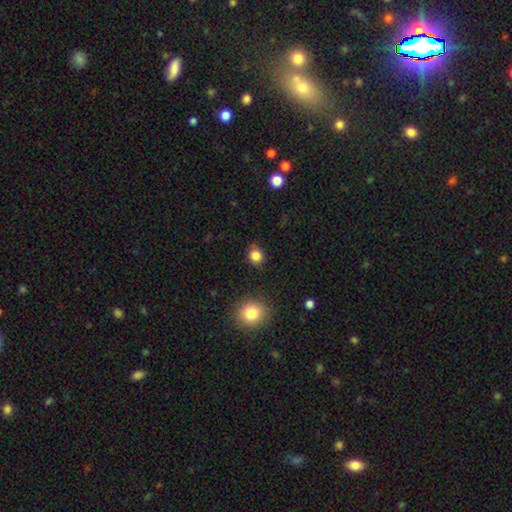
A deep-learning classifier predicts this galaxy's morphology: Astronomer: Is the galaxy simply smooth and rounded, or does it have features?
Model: smooth — 83%.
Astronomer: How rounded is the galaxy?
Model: round — 78%.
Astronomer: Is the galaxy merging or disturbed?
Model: none — 80%.